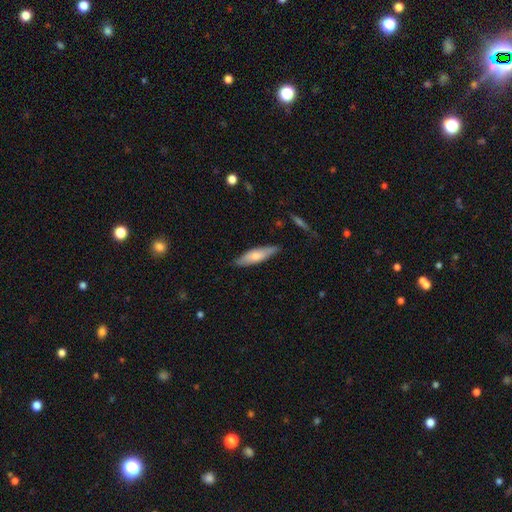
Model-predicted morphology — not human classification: smooth_or_featured: smooth (p=0.65) [alt: featured or disk p=0.29]
how_rounded: cigar-shaped (p=0.61) [alt: in between p=0.38]
merging: none (p=0.83) [alt: minor disturbance p=0.13]